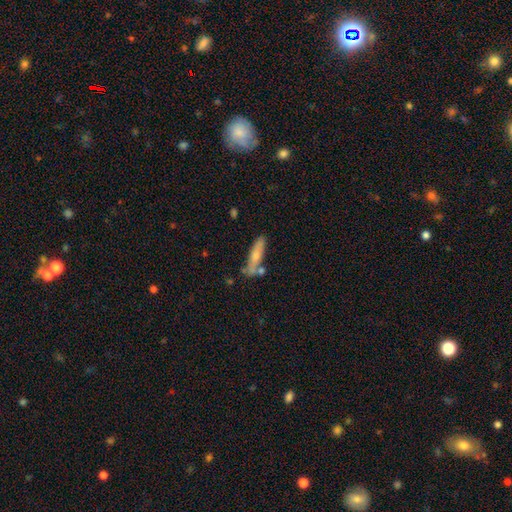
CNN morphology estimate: Smooth or featured: smooth — 64% (featured or disk — 29%)
How rounded: cigar-shaped — 80% (in between — 18%)
Merging: none — 60% (minor disturbance — 19%)